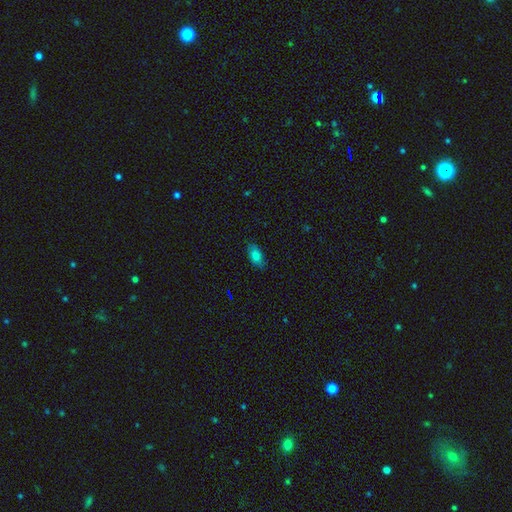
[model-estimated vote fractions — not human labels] smooth 77%, featured or disk 13%, star or artifact 9%. Down the decision tree: how rounded — in between (90%); merging — none (81%).